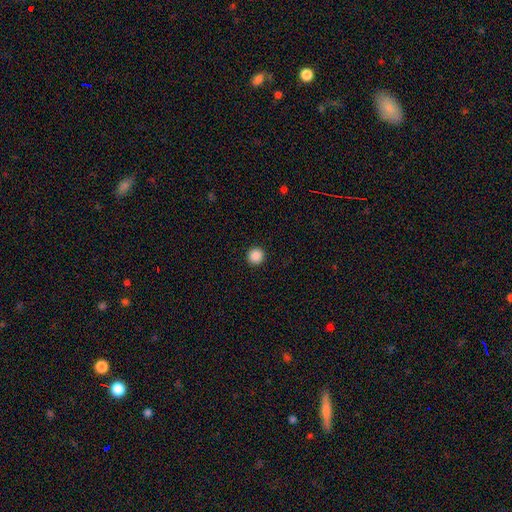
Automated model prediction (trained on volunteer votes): The model was most divided on "smooth or featured": smooth: 88%, star or artifact: 9%, featured or disk: 2%. More confident: how rounded — round (95%); merging — none (93%).